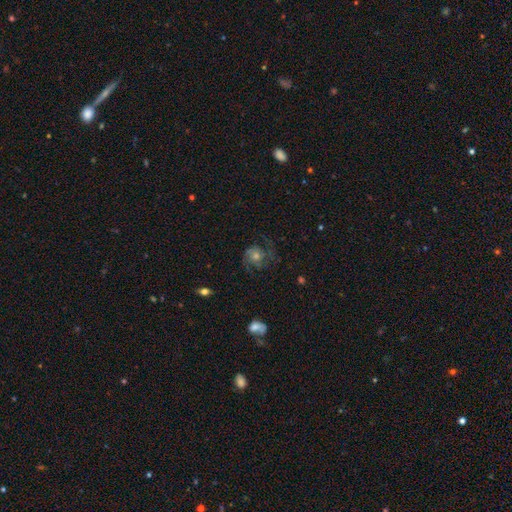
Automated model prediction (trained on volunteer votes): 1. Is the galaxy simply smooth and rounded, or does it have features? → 74% featured or disk, 14% smooth, 13% star or artifact.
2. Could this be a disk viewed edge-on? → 97% no, 3% yes.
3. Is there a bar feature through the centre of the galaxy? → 74% no, 22% weak, 5% strong.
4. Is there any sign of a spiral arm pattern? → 94% yes, 6% no.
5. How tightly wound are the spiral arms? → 47% medium, 35% tight, 18% loose.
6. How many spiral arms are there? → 50% 2, 19% 3, 17% can't tell, 6% 1, 4% 4, 4% more than 4.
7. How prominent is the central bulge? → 55% moderate, 34% small, 7% large, 3% none, 2% dominant.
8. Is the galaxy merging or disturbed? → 69% none, 15% minor disturbance, 14% major disturbance, 2% merger.